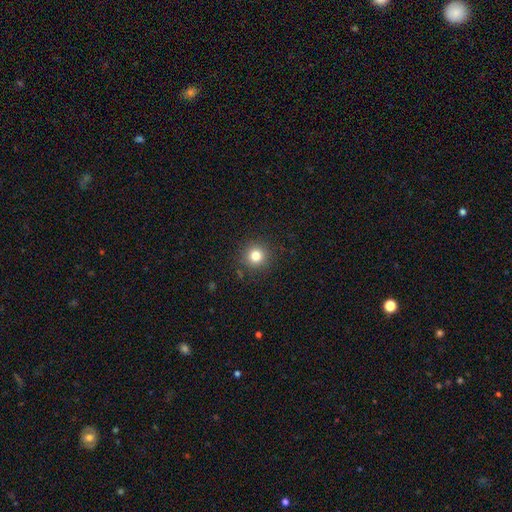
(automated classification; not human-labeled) Q: Smooth or featured?
A: smooth (80%); runner-up: star or artifact (13%)
Q: How rounded?
A: round (94%); runner-up: in between (5%)
Q: Merging?
A: none (89%); runner-up: minor disturbance (7%)